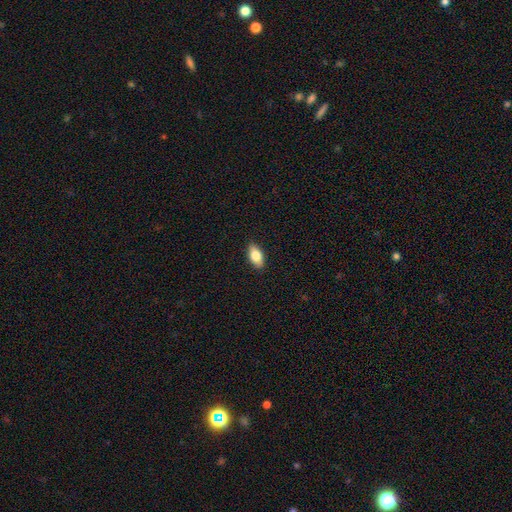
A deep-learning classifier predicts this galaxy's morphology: Smooth or featured?
  - smooth: 81% *
  - featured or disk: 12%
  - star or artifact: 7%
How rounded?
  - in between: 90% *
  - cigar-shaped: 6%
  - round: 4%
Merging?
  - none: 89% *
  - minor disturbance: 8%
  - major disturbance: 2%
  - merger: 1%